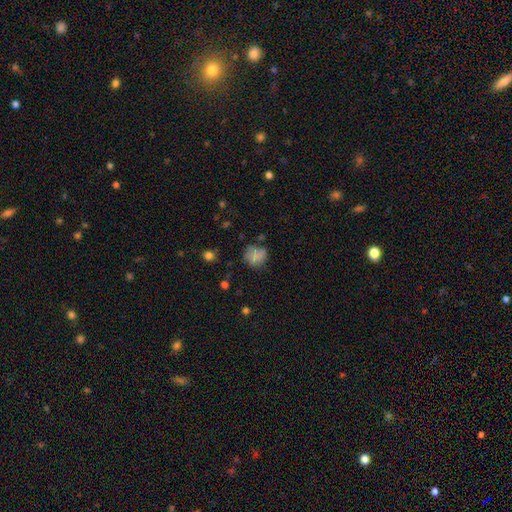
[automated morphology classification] type=smooth (72%); roundness=round (71%); merging=none (57%).